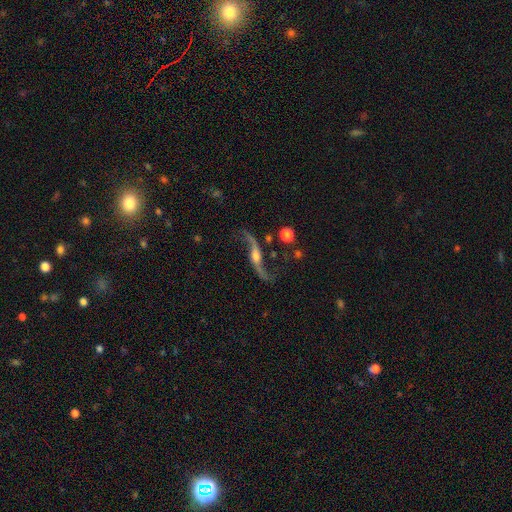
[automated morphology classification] A featured or disk galaxy (88%) with no bar (48%), 2 (94%) loose (92%) spiral arms (96%) and a moderate central bulge (51%).

Vote fractions:
- Smooth or featured? featured or disk: 88% / star or artifact: 7% / smooth: 5%
- Edge-on disk? no: 79% / yes: 21%
- Bar? no: 48% / weak: 30% / strong: 21%
- Spiral arms? yes: 96% / no: 4%
- Spiral winding? loose: 92% / medium: 6% / tight: 2%
- Spiral arm count? 2: 94% / 1: 2% / can't tell: 1% / 3: 1% / 4: 1% / more than 4: 1%
- Bulge size? moderate: 51% / small: 32% / large: 9% / none: 6% / dominant: 3%
- Merging? none: 73% / minor disturbance: 14% / major disturbance: 9% / merger: 4%